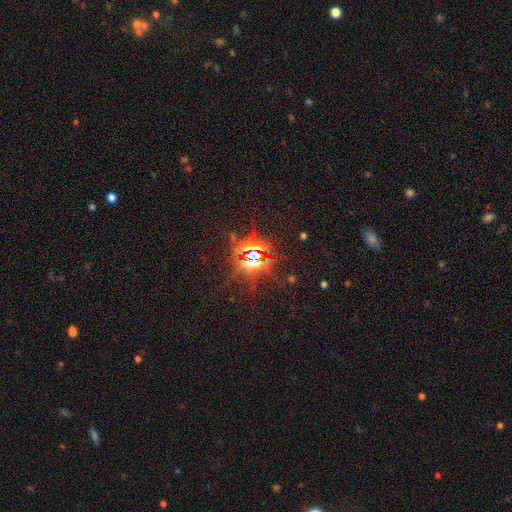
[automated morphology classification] Overall: star or artifact (84%).